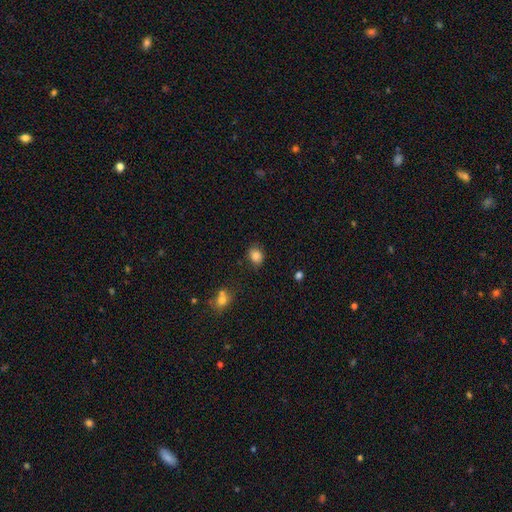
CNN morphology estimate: smooth 83%, star or artifact 10%, featured or disk 7%. Down the decision tree: how rounded — in between (54%); merging — none (78%).